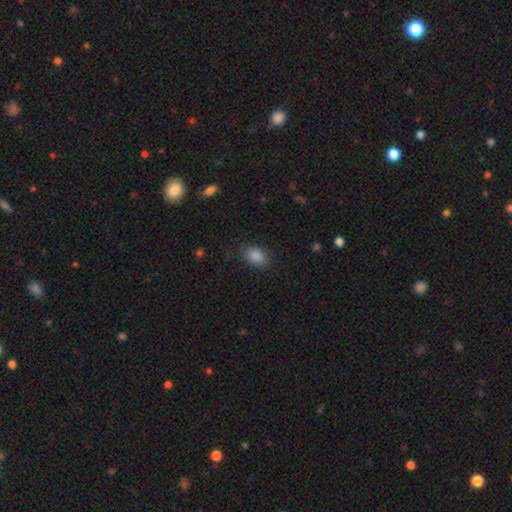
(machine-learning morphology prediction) A smooth galaxy with no disk features (86%) that is in between round and cigar-shaped (77%). Merging: none (83%).